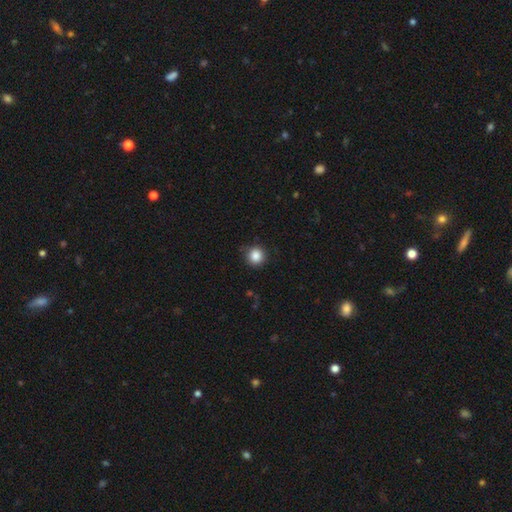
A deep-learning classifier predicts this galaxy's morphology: This is clearly a smooth galaxy (86%). How rounded: clearly round (94%). Merging: clearly none (87%).